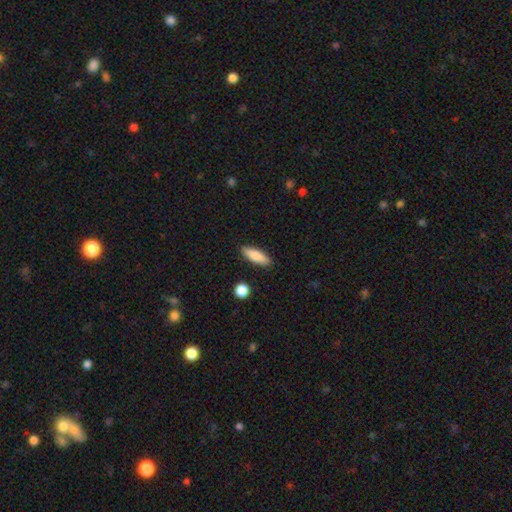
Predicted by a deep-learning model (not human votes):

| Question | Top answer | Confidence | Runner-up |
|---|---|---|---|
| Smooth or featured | smooth | 82% | featured or disk (11%) |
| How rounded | in between | 58% | cigar-shaped (40%) |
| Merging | none | 88% | minor disturbance (8%) |